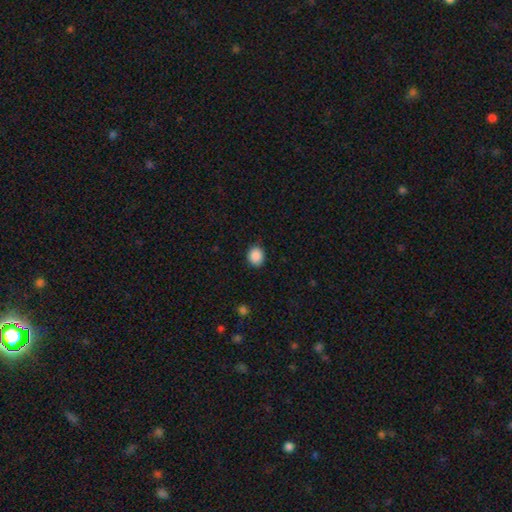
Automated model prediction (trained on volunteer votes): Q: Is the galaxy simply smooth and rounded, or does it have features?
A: smooth — 89%.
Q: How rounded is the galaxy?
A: round — 69%.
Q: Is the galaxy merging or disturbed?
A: none — 87%.